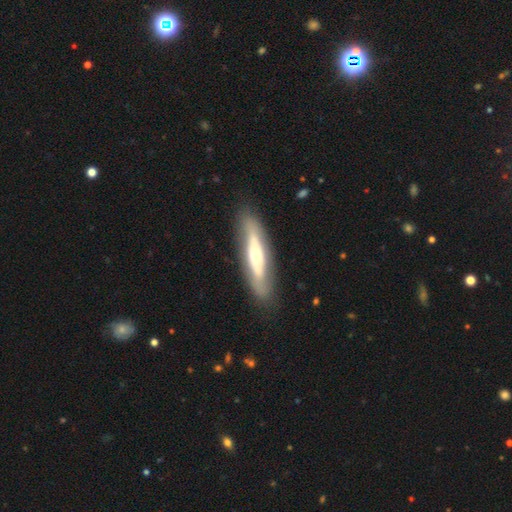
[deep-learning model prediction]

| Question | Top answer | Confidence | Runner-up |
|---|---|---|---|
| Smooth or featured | featured or disk | 61% | smooth (34%) |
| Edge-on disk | no | 56% | yes (44%) |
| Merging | none | 82% | minor disturbance (12%) |